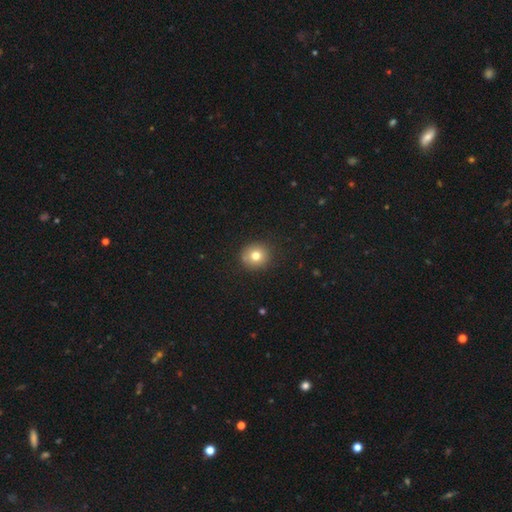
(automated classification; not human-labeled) The model was most divided on "smooth or featured": smooth: 78%, star or artifact: 11%, featured or disk: 11%. More confident: merging — none (88%); how rounded — round (87%).